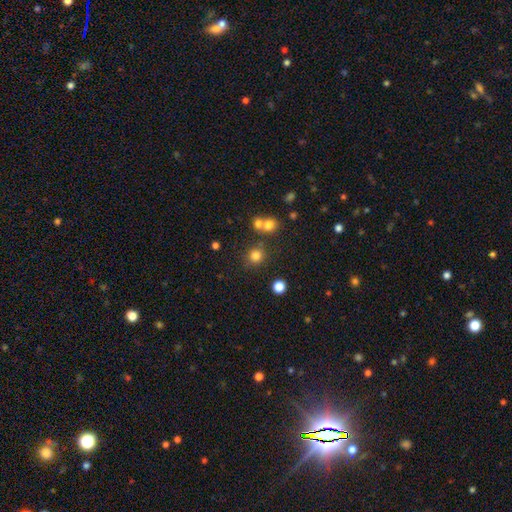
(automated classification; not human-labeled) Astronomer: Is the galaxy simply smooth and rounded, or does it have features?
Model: smooth — 79%.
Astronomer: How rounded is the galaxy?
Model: round — 90%.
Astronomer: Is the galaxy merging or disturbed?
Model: none — 77%.